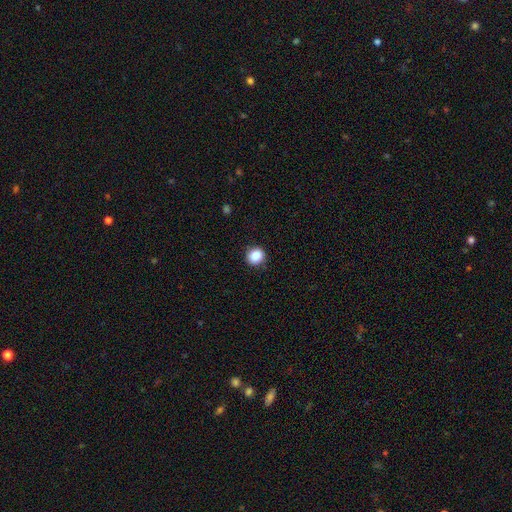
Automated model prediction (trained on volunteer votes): Smooth or featured: smooth — 87% (star or artifact — 9%)
How rounded: round — 87% (in between — 12%)
Merging: none — 89% (minor disturbance — 8%)